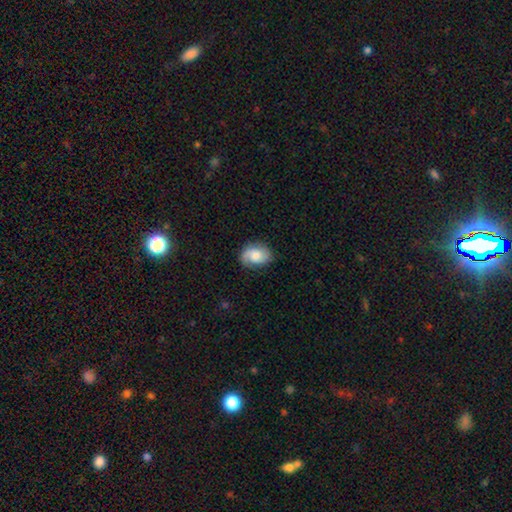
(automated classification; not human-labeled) smooth-or-featured: smooth: 47% | featured or disk: 46% | star or artifact: 7%
  merging: none: 75% | minor disturbance: 18% | major disturbance: 5% | merger: 1%